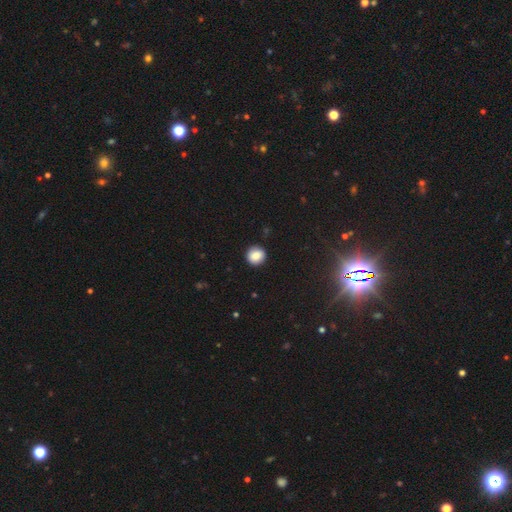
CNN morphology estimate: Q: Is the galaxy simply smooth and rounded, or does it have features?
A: smooth — 86%.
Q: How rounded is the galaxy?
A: round — 90%.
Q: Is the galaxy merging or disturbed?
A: none — 90%.